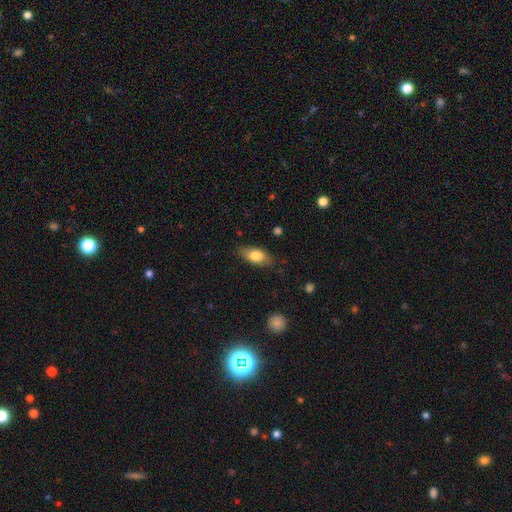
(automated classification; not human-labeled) Smooth or featured? smooth (77%)
How rounded? in between (84%)
Merging? none (81%)